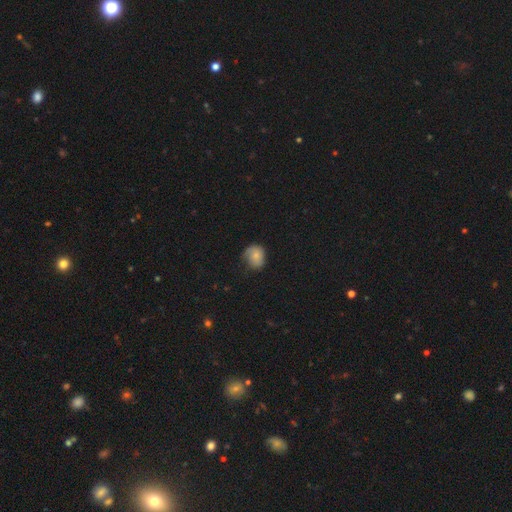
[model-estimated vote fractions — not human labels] This appears to be a smooth galaxy with no disk features (70%) that is round (60%). Merging: none (49%).